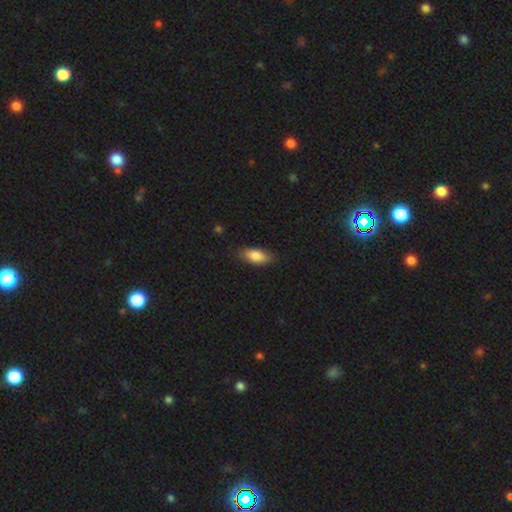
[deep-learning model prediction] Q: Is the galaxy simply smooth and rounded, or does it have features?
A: smooth — 83%.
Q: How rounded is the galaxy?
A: in between — 86%.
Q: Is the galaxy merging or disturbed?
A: none — 81%.